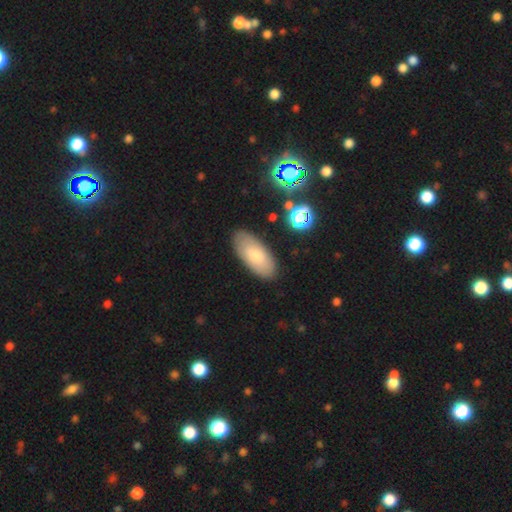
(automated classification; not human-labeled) smooth-or-featured: smooth: 73% | featured or disk: 20% | star or artifact: 7%
  how-rounded: in between: 91% | cigar-shaped: 7% | round: 2%
  merging: none: 84% | minor disturbance: 12% | major disturbance: 3% | merger: 2%